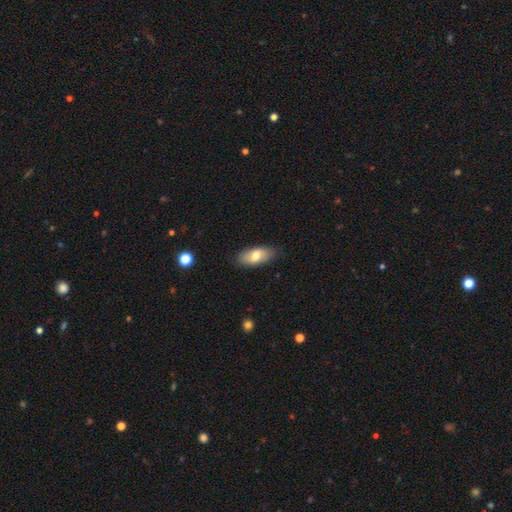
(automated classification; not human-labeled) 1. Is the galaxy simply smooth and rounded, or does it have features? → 70% smooth, 24% featured or disk, 6% star or artifact.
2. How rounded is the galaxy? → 89% in between, 8% cigar-shaped, 3% round.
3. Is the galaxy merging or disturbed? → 83% none, 13% minor disturbance, 2% major disturbance, 1% merger.